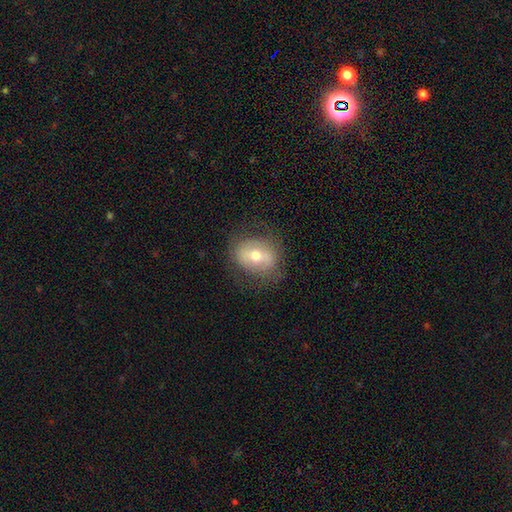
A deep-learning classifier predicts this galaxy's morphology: Smooth or featured: smooth — 49% (featured or disk — 42%)
Merging: none — 75% (minor disturbance — 17%)